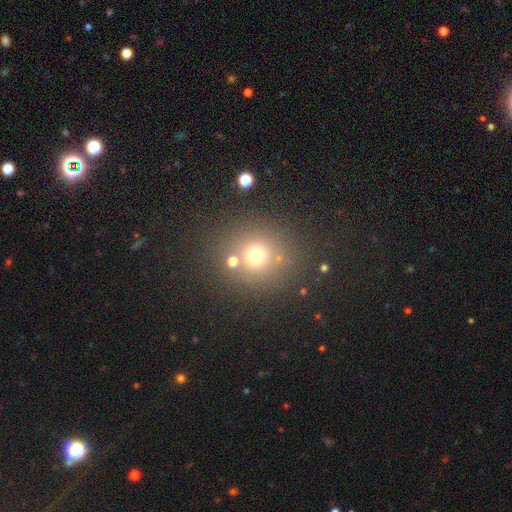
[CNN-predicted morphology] smooth_or_featured: smooth (p=0.68) [alt: star or artifact p=0.22]
how_rounded: round (p=0.90) [alt: in between p=0.09]
merging: none (p=0.76) [alt: merger p=0.11]